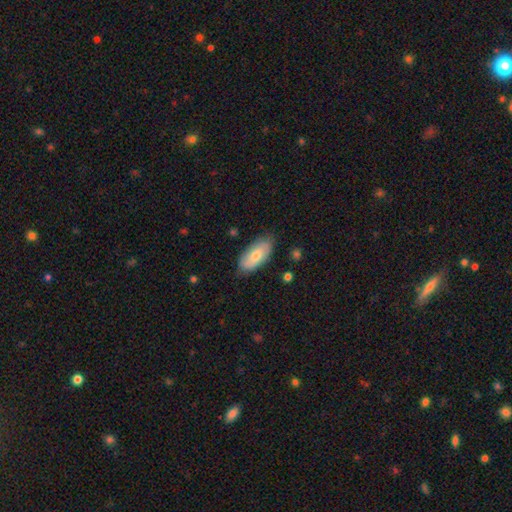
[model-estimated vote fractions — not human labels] Q: Smooth or featured?
A: smooth (71%); runner-up: featured or disk (23%)
Q: How rounded?
A: in between (92%); runner-up: cigar-shaped (6%)
Q: Merging?
A: none (78%); runner-up: minor disturbance (18%)